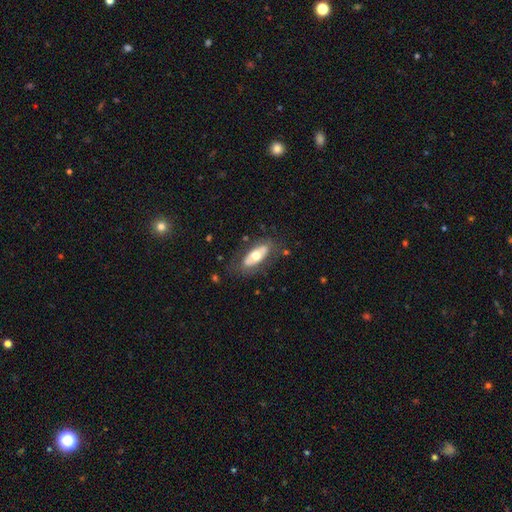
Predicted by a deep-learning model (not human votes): This is possibly a smooth galaxy (54%). How rounded: likely in between (80%). Merging: likely none (74%).